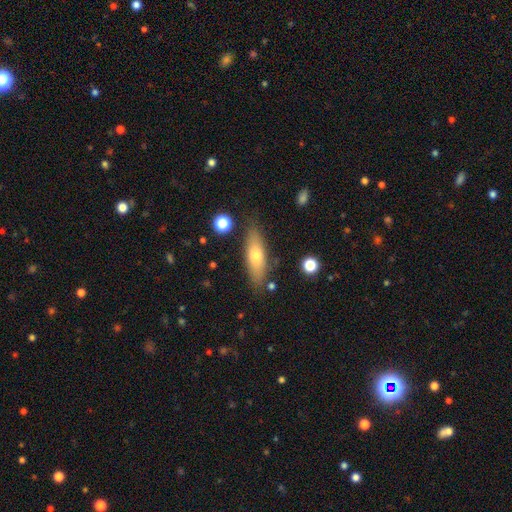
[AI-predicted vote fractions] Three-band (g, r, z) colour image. It shows a smooth galaxy with no disk features (65%) that is cigar-shaped (49%). Merging: none (81%).